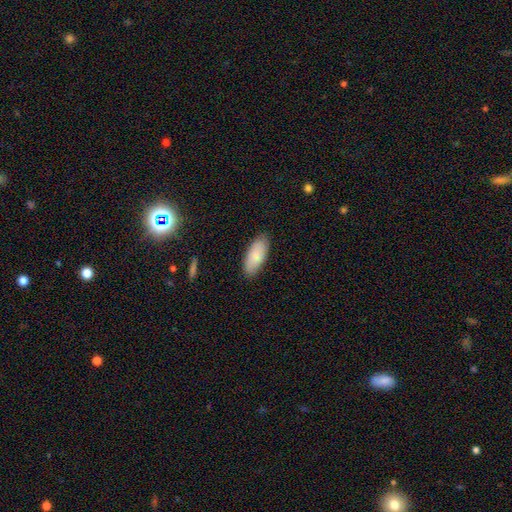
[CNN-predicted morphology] A smooth galaxy with no disk features (85%) that is in between round and cigar-shaped (88%).

Vote fractions:
- Smooth or featured? smooth: 85% / featured or disk: 9% / star or artifact: 6%
- How rounded? in between: 88% / cigar-shaped: 10% / round: 2%
- Merging? none: 86% / minor disturbance: 11% / major disturbance: 2% / merger: 1%